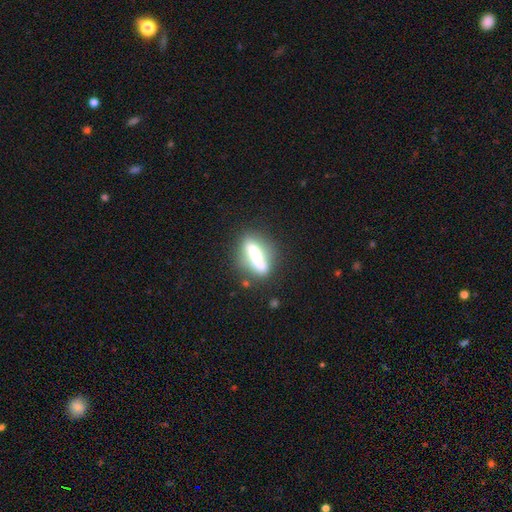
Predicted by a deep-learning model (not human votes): This is possibly a smooth galaxy (55%). How rounded: possibly cigar-shaped (48%). Merging: possibly none (59%).